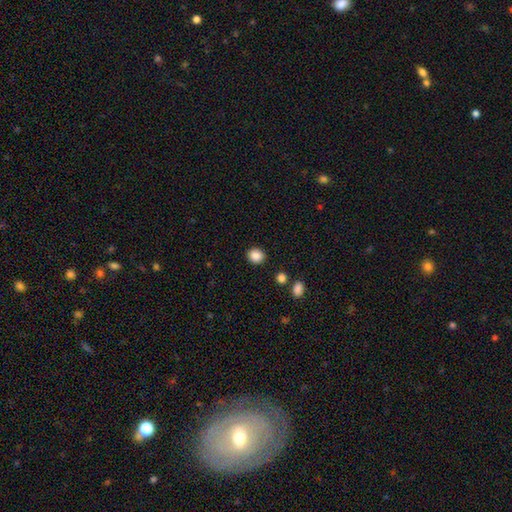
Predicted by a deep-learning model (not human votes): This is clearly a smooth galaxy (88%). How rounded: likely round (75%). Merging: clearly none (89%).